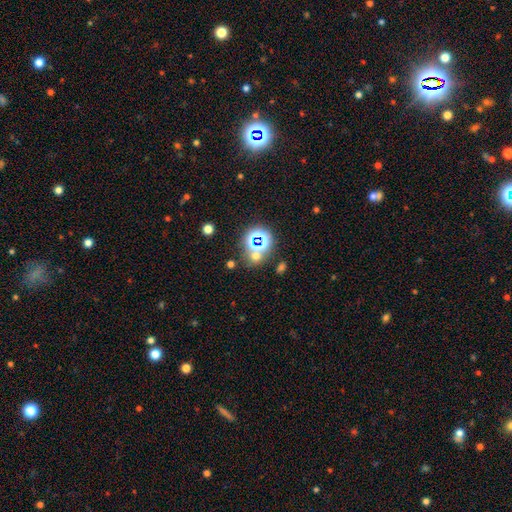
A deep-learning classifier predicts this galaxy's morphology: Smooth or featured? star or artifact (49%)